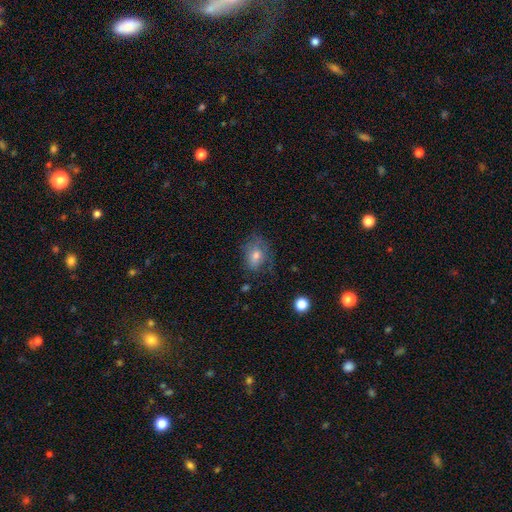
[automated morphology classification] Smooth or featured?
  - smooth: 63% *
  - featured or disk: 26%
  - star or artifact: 11%
How rounded?
  - in between: 71% *
  - round: 27%
  - cigar-shaped: 2%
Merging?
  - none: 56% *
  - minor disturbance: 27%
  - major disturbance: 15%
  - merger: 2%